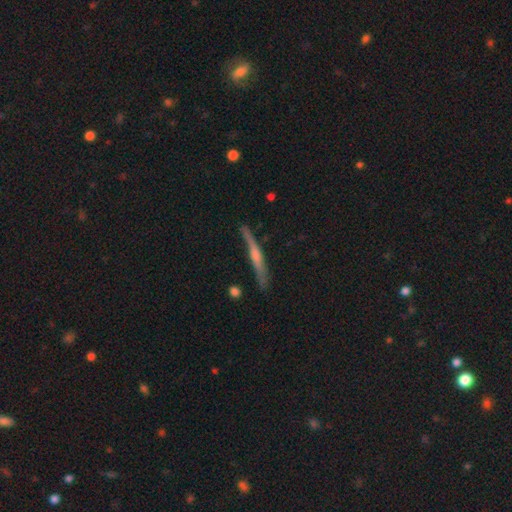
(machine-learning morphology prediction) A featured or disk galaxy (61%) viewed edge-on (96%) with a rounded central bulge (53%).

Vote fractions:
- Smooth or featured? featured or disk: 61% / smooth: 33% / star or artifact: 6%
- Edge-on disk? yes: 96% / no: 4%
- Edge-on bulge? rounded: 53% / none: 26% / boxy: 21%
- Merging? none: 78% / minor disturbance: 16% / major disturbance: 3% / merger: 3%